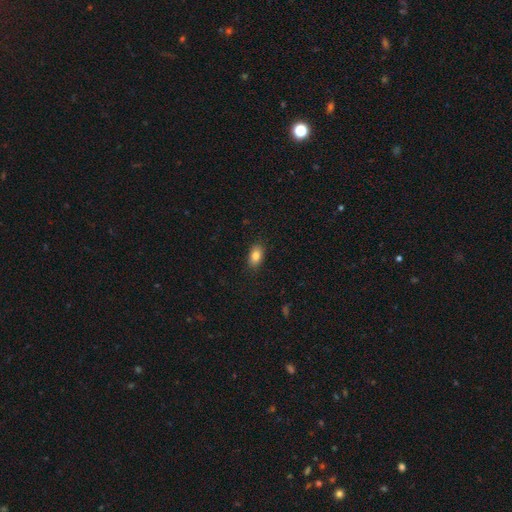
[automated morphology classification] Smooth or featured: smooth — 84% (star or artifact — 9%)
How rounded: in between — 87% (round — 11%)
Merging: none — 88% (minor disturbance — 9%)